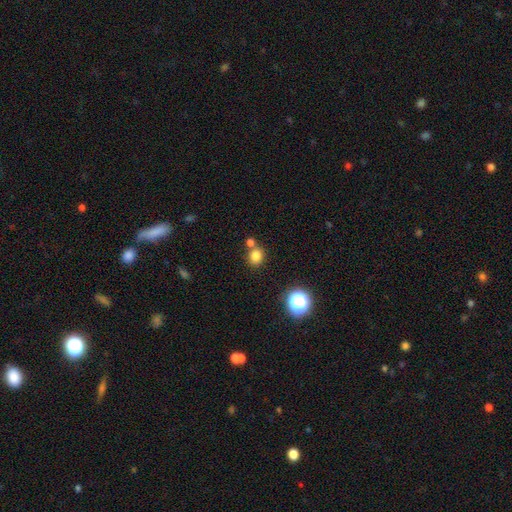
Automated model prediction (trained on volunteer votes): Q: Smooth or featured?
A: smooth (79%); runner-up: star or artifact (15%)
Q: How rounded?
A: round (76%); runner-up: in between (23%)
Q: Merging?
A: none (67%); runner-up: merger (21%)